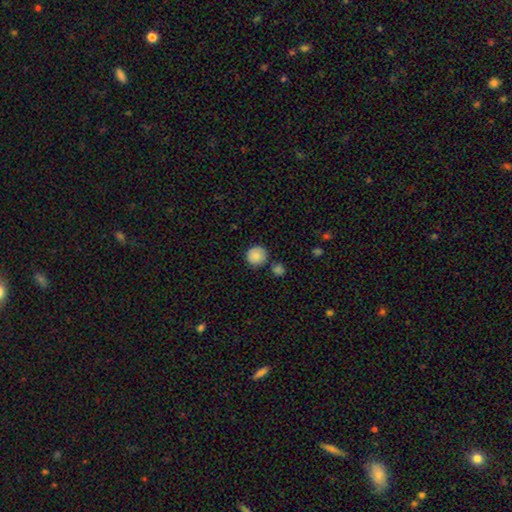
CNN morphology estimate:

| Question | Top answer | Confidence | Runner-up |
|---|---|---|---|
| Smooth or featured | smooth | 85% | star or artifact (8%) |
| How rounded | round | 94% | in between (5%) |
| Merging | none | 81% | minor disturbance (10%) |